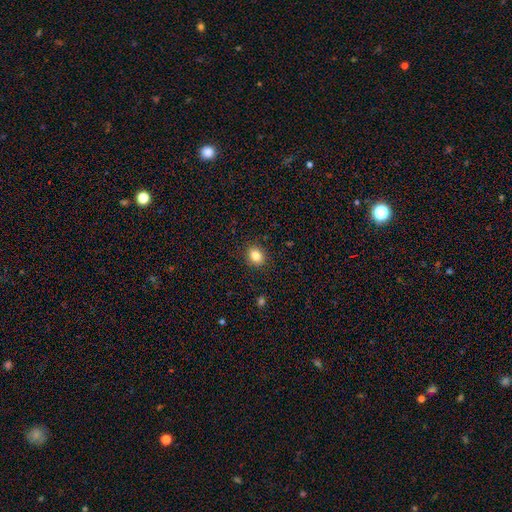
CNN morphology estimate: The model was most divided on "how rounded": round: 57%, in between: 42%, cigar-shaped: 1%. More confident: merging — none (90%); smooth or featured — smooth (84%).